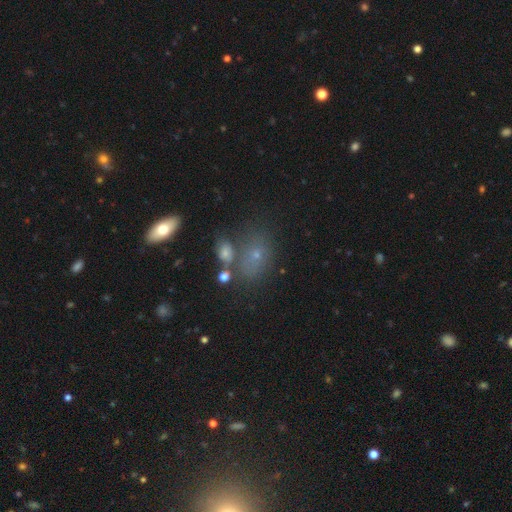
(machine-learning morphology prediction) Smooth or featured?
  - smooth: 59% *
  - featured or disk: 20%
  - star or artifact: 20%
How rounded?
  - in between: 70% *
  - round: 27%
  - cigar-shaped: 3%
Merging?
  - none: 53% *
  - merger: 21%
  - minor disturbance: 17%
  - major disturbance: 10%